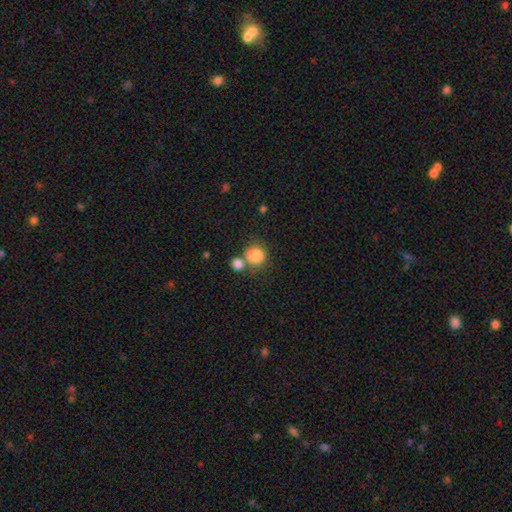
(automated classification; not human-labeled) Smooth or featured: smooth — 84% (star or artifact — 10%)
How rounded: round — 84% (in between — 15%)
Merging: none — 51% (merger — 31%)